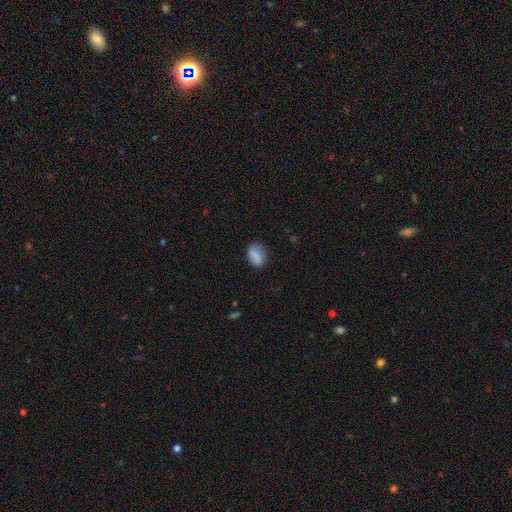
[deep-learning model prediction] smooth-or-featured: smooth: 78% | featured or disk: 14% | star or artifact: 8%
  how-rounded: in between: 78% | round: 20% | cigar-shaped: 2%
  merging: none: 73% | minor disturbance: 20% | major disturbance: 6% | merger: 2%